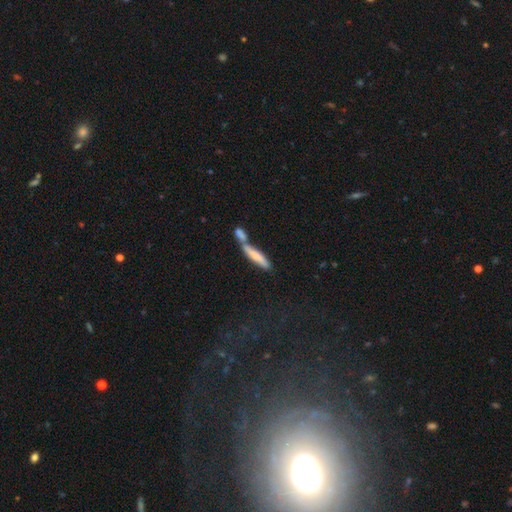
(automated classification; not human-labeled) A smooth galaxy with no disk features (65%) that is cigar-shaped (83%).

Vote fractions:
- Smooth or featured? smooth: 65% / featured or disk: 28% / star or artifact: 7%
- How rounded? cigar-shaped: 83% / in between: 15% / round: 2%
- Merging? merger: 53% / none: 31% / minor disturbance: 11% / major disturbance: 5%